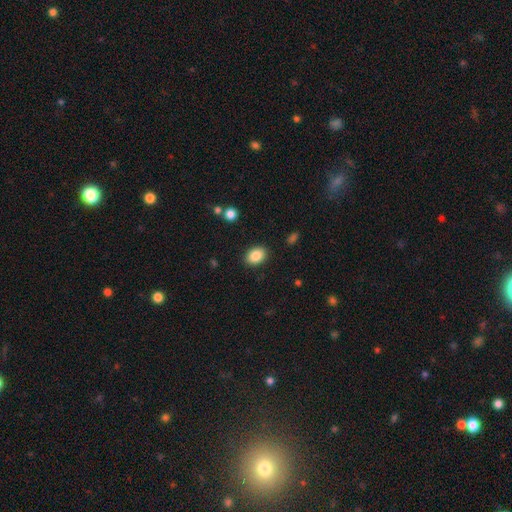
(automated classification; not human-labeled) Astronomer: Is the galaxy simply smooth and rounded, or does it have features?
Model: smooth — 87%.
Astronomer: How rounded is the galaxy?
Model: in between — 76%.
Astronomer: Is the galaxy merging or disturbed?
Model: none — 88%.